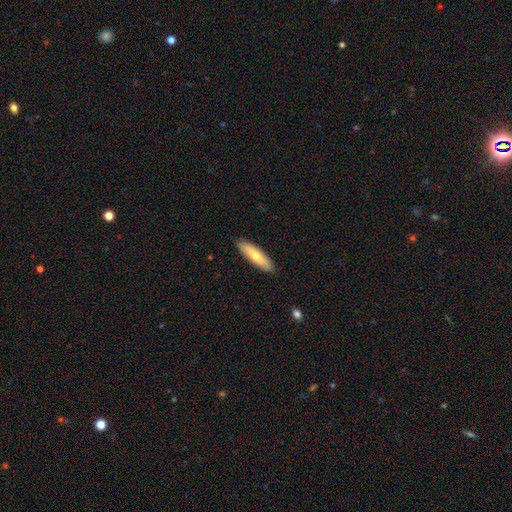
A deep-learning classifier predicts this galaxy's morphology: Smooth or featured: smooth — 65% (featured or disk — 29%)
How rounded: cigar-shaped — 61% (in between — 37%)
Merging: none — 89% (minor disturbance — 9%)